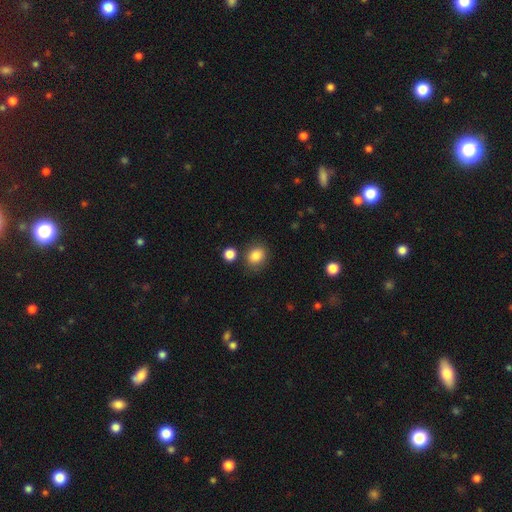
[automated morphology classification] Smooth or featured: smooth — 86% (star or artifact — 9%)
How rounded: round — 53% (in between — 46%)
Merging: none — 77% (minor disturbance — 13%)